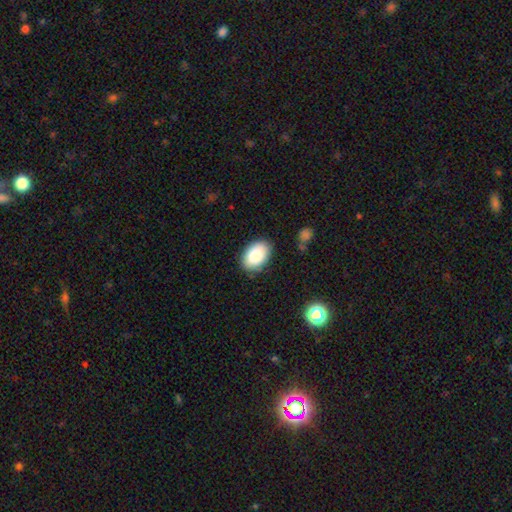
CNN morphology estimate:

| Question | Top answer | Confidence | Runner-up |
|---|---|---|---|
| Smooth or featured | smooth | 88% | star or artifact (7%) |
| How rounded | in between | 89% | round (10%) |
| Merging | none | 84% | minor disturbance (12%) |